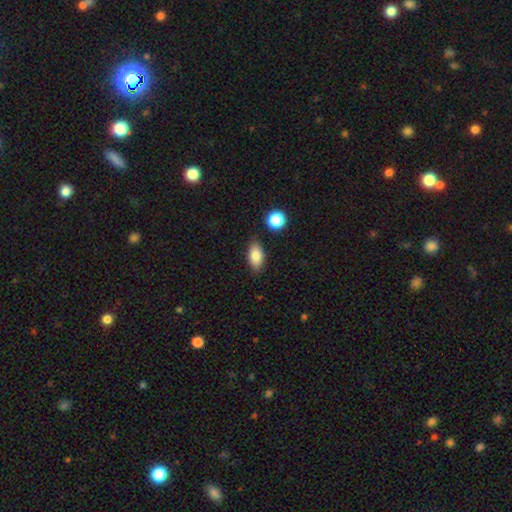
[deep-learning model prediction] Smooth or featured: smooth — 83% (featured or disk — 10%)
How rounded: in between — 89% (round — 6%)
Merging: none — 84% (minor disturbance — 11%)